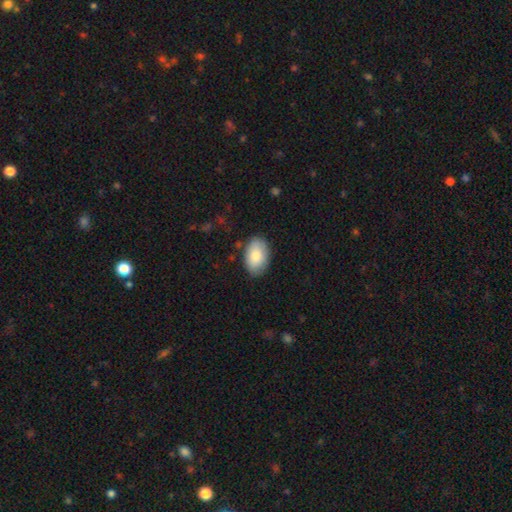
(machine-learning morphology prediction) smooth 84%, featured or disk 10%, star or artifact 6%. Down the decision tree: how rounded — in between (92%); merging — none (84%).